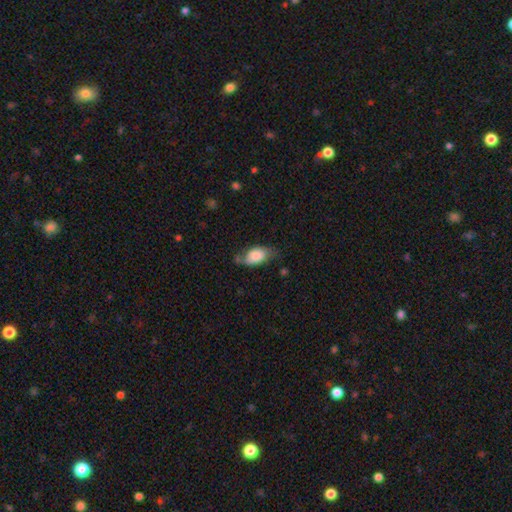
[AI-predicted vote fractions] Smooth or featured: smooth — 71% (featured or disk — 21%)
How rounded: in between — 90% (round — 6%)
Merging: none — 49% (minor disturbance — 33%)